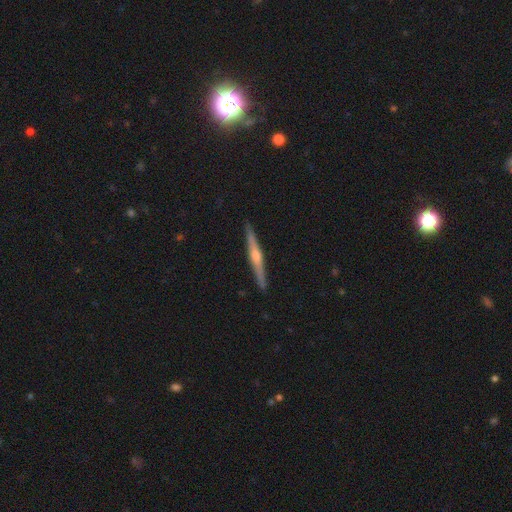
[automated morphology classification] Overall: featured or disk (77%). Edge-on disk: yes (98%). Edge-on bulge: rounded (84%). Merging: none (92%).